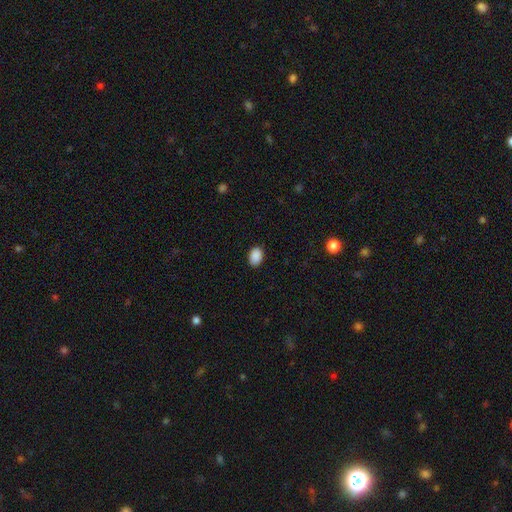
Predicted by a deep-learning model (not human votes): The model was most divided on "how rounded": in between: 78%, round: 21%, cigar-shaped: 1%. More confident: smooth or featured — smooth (89%); merging — none (88%).